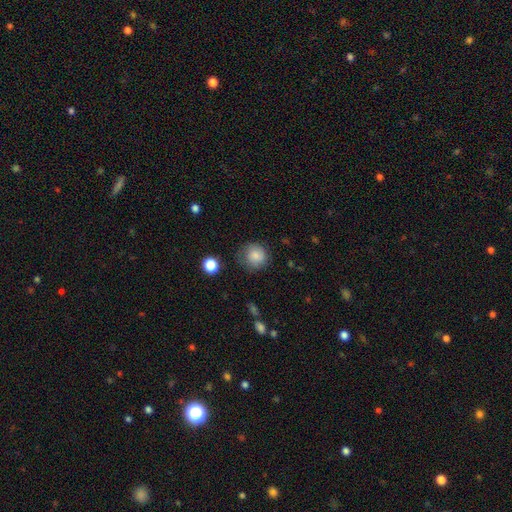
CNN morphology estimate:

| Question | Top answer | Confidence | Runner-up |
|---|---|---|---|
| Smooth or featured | smooth | 79% | featured or disk (13%) |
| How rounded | round | 88% | in between (11%) |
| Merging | none | 70% | minor disturbance (21%) |